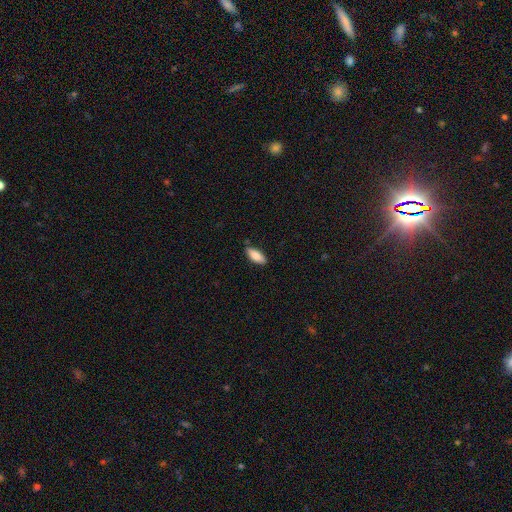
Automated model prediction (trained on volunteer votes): A smooth galaxy with no disk features (83%) that is in between round and cigar-shaped (78%).

Vote fractions:
- Smooth or featured? smooth: 83% / featured or disk: 11% / star or artifact: 6%
- How rounded? in between: 78% / cigar-shaped: 20% / round: 2%
- Merging? none: 81% / minor disturbance: 15% / major disturbance: 2% / merger: 2%